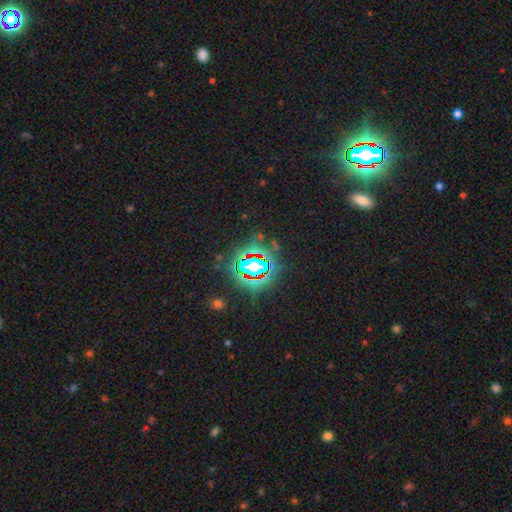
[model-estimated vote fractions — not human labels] A star or artifact, not a galaxy (81%).